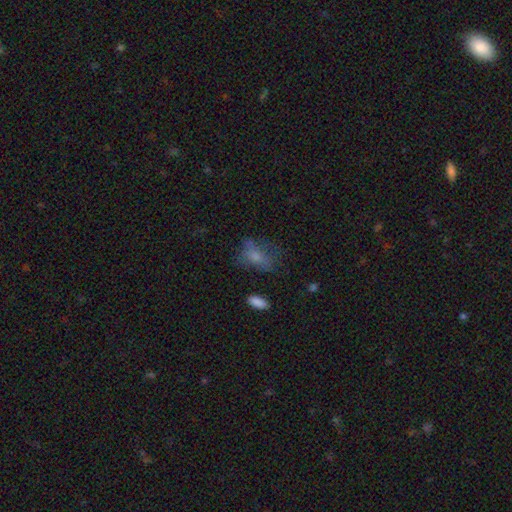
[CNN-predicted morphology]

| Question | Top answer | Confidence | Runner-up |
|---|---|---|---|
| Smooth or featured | smooth | 62% | featured or disk (25%) |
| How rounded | in between | 79% | round (15%) |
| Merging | none | 45% | major disturbance (25%) |